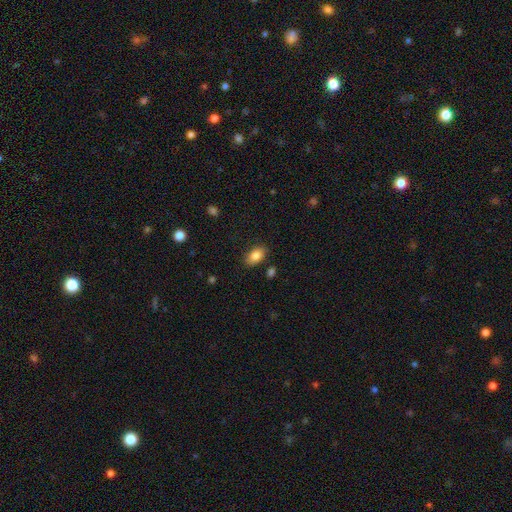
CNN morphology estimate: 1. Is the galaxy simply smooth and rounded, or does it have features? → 85% smooth, 8% star or artifact, 7% featured or disk.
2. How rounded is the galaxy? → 91% in between, 7% round, 2% cigar-shaped.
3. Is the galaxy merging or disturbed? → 85% none, 10% minor disturbance, 3% major disturbance, 2% merger.